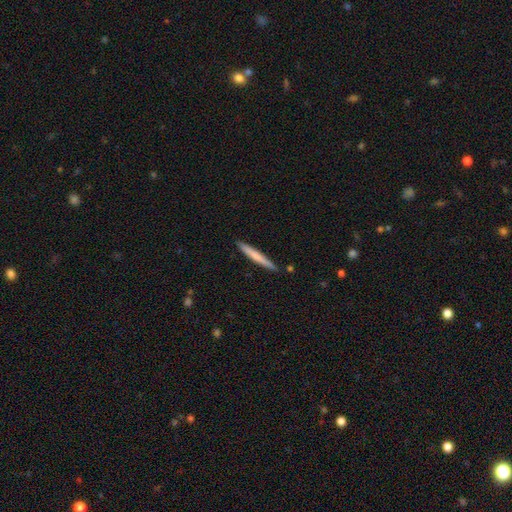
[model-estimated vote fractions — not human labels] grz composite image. It shows a smooth galaxy with no disk features (66%) that is cigar-shaped (96%). Merging: none (89%).